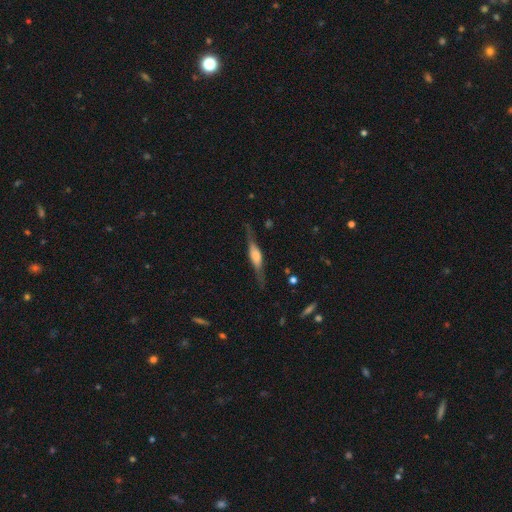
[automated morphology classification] Smooth or featured?
  - featured or disk: 68% *
  - smooth: 26%
  - star or artifact: 6%
Edge-on disk?
  - yes: 94% *
  - no: 6%
Edge-on bulge?
  - rounded: 61% *
  - boxy: 33%
  - none: 6%
Merging?
  - none: 80% *
  - minor disturbance: 14%
  - major disturbance: 5%
  - merger: 1%